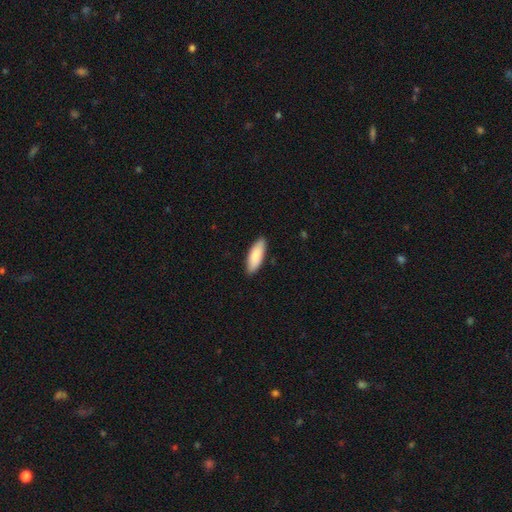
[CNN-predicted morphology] This is clearly a smooth galaxy (85%). How rounded: likely in between (68%). Merging: clearly none (88%).